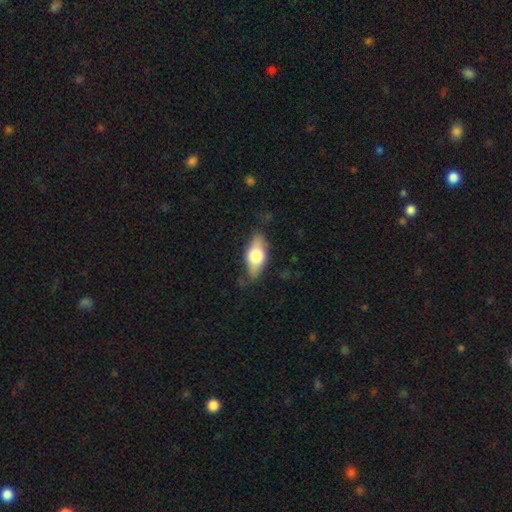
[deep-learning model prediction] A smooth galaxy with no disk features (60%) that is in between round and cigar-shaped (83%).

Vote fractions:
- Smooth or featured? smooth: 60% / featured or disk: 34% / star or artifact: 6%
- How rounded? in between: 83% / cigar-shaped: 12% / round: 5%
- Merging? none: 72% / minor disturbance: 21% / major disturbance: 6% / merger: 2%